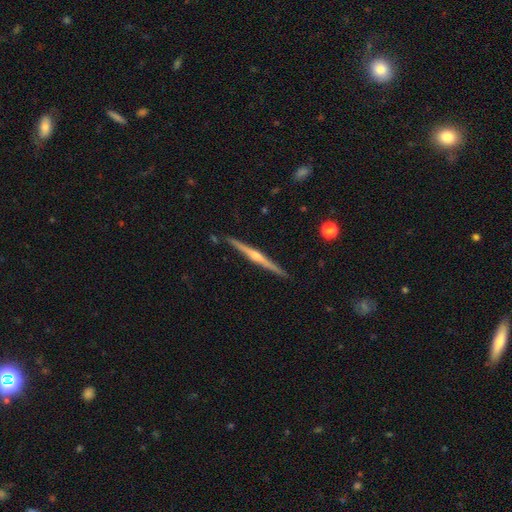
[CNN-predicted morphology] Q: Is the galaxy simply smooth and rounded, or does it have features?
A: featured or disk — 83%.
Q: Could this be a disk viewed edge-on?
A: yes — 99%.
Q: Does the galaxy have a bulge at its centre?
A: rounded — 85%.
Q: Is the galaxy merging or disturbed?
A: none — 91%.